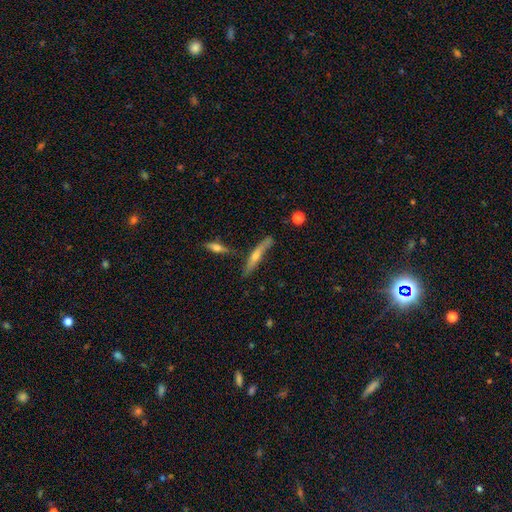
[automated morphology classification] type=featured or disk (55%); edge-on=yes (89%); merging=none (66%).